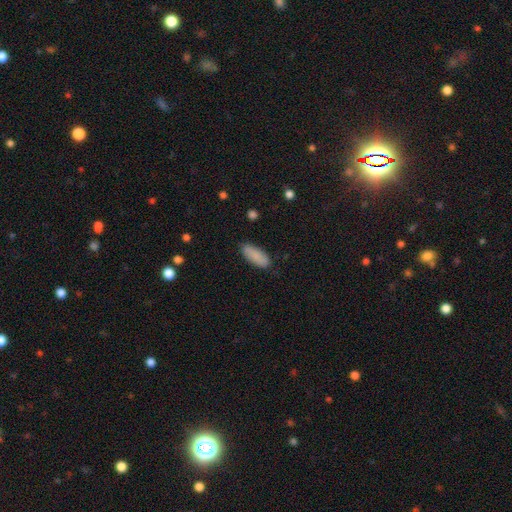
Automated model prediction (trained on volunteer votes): smooth 87%, featured or disk 7%, star or artifact 6%. Down the decision tree: how rounded — in between (76%); merging — none (86%).